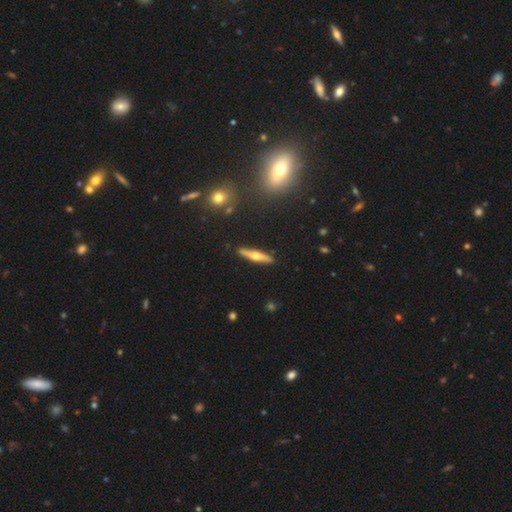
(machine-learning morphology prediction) Overall: featured or disk (55%; smooth 39%). Edge-on disk: yes (92%). Edge-on bulge: rounded (92%). Merging: none (89%).